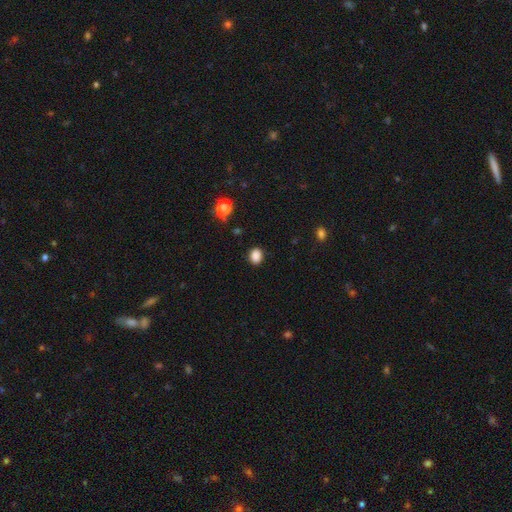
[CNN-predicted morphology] A smooth galaxy with no disk features (86%) that is in between round and cigar-shaped (50%). Merging: none (86%).